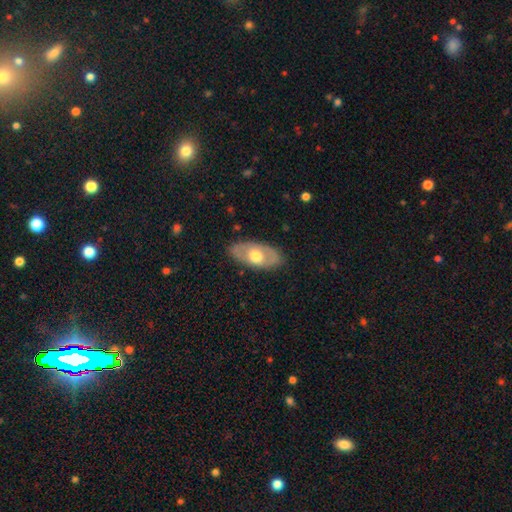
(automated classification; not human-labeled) smooth-or-featured: smooth: 49% | featured or disk: 46% | star or artifact: 5%
  merging: none: 83% | minor disturbance: 13% | major disturbance: 3% | merger: 1%